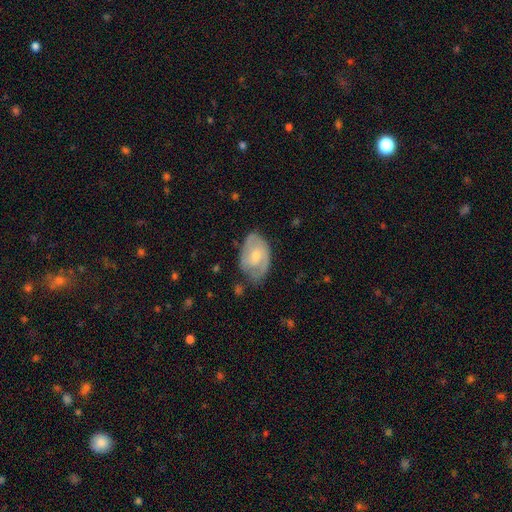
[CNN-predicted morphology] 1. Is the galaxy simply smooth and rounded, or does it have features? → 66% featured or disk, 28% smooth, 5% star or artifact.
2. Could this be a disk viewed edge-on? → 96% no, 4% yes.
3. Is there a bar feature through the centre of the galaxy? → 57% no, 37% weak, 6% strong.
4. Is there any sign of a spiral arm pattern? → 84% yes, 16% no.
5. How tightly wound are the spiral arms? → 44% tight, 41% medium, 15% loose.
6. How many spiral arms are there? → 58% 2, 21% can't tell, 13% 1, 5% 3, 1% 4, 1% more than 4.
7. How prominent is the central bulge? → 50% small, 44% moderate, 3% none, 2% large, 1% dominant.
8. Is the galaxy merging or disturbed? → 59% none, 29% minor disturbance, 10% major disturbance, 2% merger.